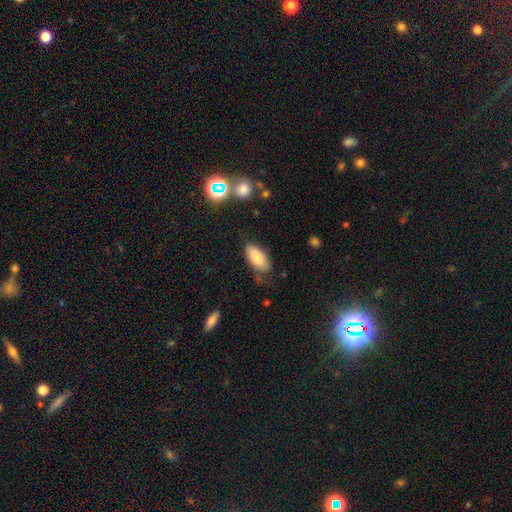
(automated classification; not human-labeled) Q: Smooth or featured?
A: smooth (81%); runner-up: featured or disk (12%)
Q: How rounded?
A: in between (91%); runner-up: cigar-shaped (7%)
Q: Merging?
A: none (57%); runner-up: minor disturbance (29%)